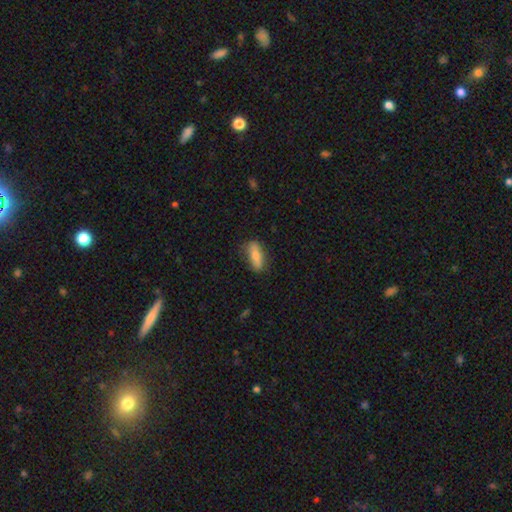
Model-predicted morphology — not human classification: A smooth galaxy with no disk features (73%) that is in between round and cigar-shaped (64%).

Vote fractions:
- Smooth or featured? smooth: 73% / featured or disk: 21% / star or artifact: 6%
- How rounded? in between: 64% / cigar-shaped: 33% / round: 3%
- Merging? none: 80% / minor disturbance: 16% / major disturbance: 3% / merger: 1%